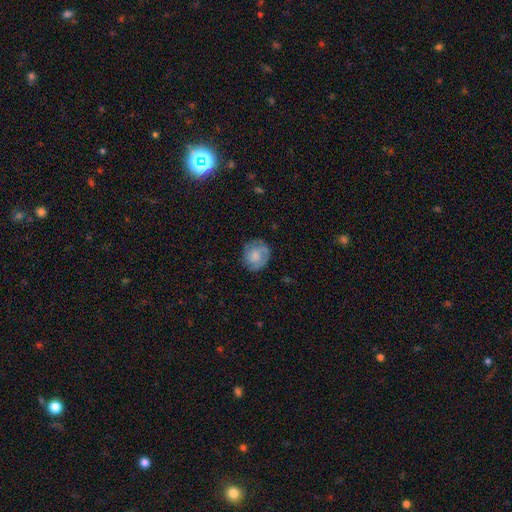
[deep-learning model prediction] Smooth or featured? Predicted: smooth (p=0.54). How rounded? Predicted: round (p=0.78). Merging? Predicted: none (p=0.75).